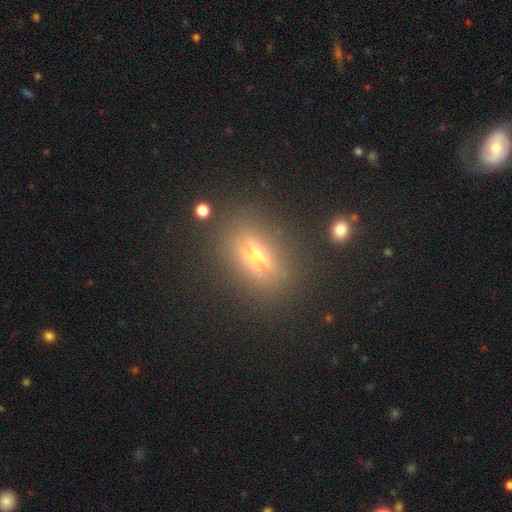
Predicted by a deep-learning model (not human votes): Overall: featured or disk (62%; smooth 23%). Edge-on disk: yes (84%). Edge-on bulge: rounded (94%). Merging: none (83%).